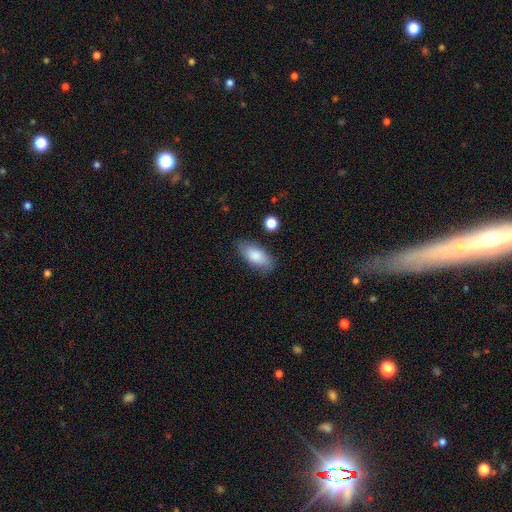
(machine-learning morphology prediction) type=smooth (83%); roundness=in between (88%); merging=none (79%).